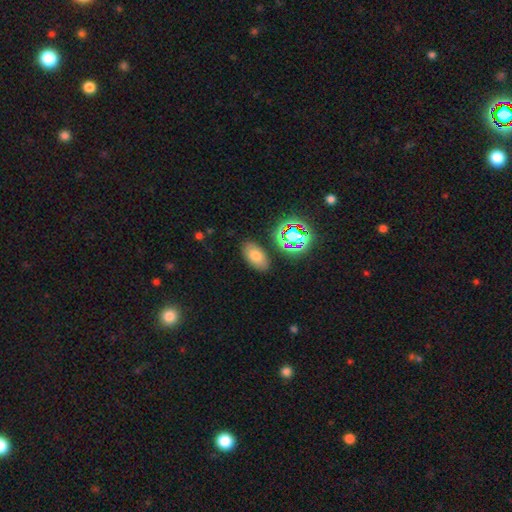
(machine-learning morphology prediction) smooth-or-featured: smooth: 69% | star or artifact: 18% | featured or disk: 13%
  how-rounded: in between: 91% | round: 7% | cigar-shaped: 2%
  merging: none: 84% | minor disturbance: 10% | merger: 3% | major disturbance: 3%